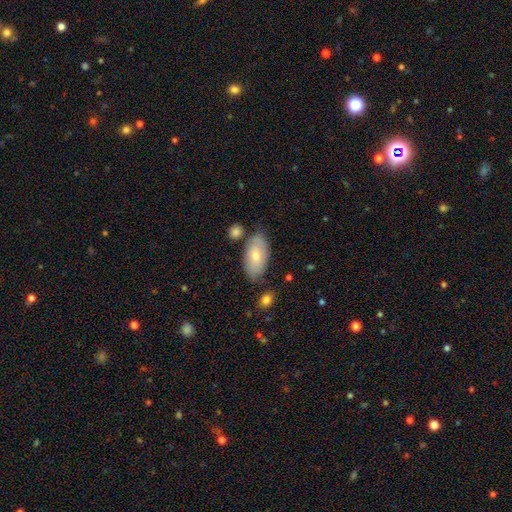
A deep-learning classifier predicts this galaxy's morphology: Smooth or featured: smooth — 61% (featured or disk — 32%)
How rounded: in between — 93% (round — 4%)
Merging: none — 74% (minor disturbance — 16%)